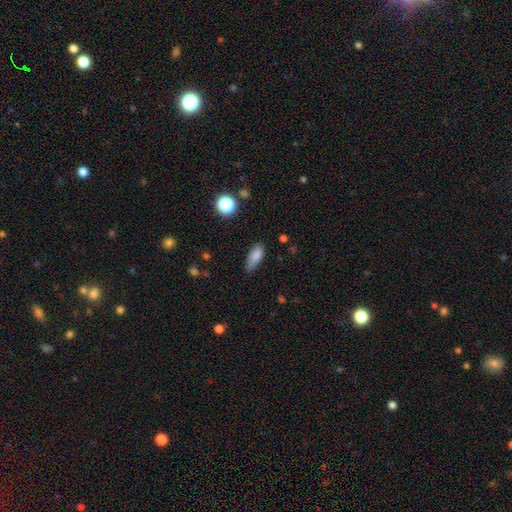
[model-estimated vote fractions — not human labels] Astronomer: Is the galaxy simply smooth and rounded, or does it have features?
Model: smooth — 83%.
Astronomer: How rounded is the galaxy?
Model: in between — 79%.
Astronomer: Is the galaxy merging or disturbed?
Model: none — 61%.